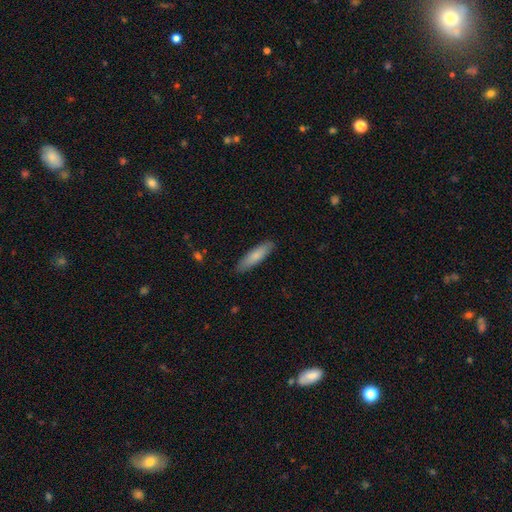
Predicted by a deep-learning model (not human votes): Smooth or featured?
  - smooth: 78% *
  - featured or disk: 16%
  - star or artifact: 5%
How rounded?
  - cigar-shaped: 71% *
  - in between: 28%
  - round: 1%
Merging?
  - none: 88% *
  - minor disturbance: 9%
  - major disturbance: 2%
  - merger: 1%